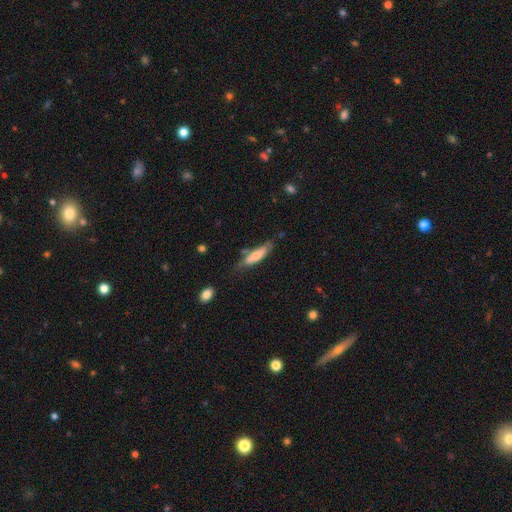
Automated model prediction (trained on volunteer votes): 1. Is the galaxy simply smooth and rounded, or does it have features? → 68% smooth, 25% featured or disk, 6% star or artifact.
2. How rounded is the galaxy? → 68% cigar-shaped, 30% in between, 1% round.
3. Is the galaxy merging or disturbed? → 60% none, 26% minor disturbance, 7% major disturbance, 7% merger.